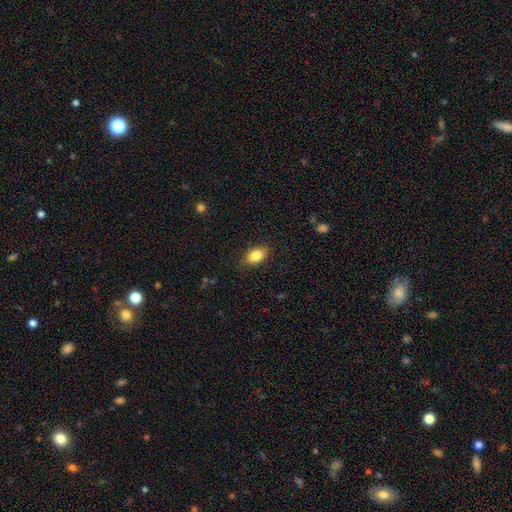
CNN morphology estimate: smooth_or_featured: smooth (p=0.83) [alt: featured or disk p=0.09]
how_rounded: in between (p=0.89) [alt: round p=0.09]
merging: none (p=0.87) [alt: minor disturbance p=0.10]